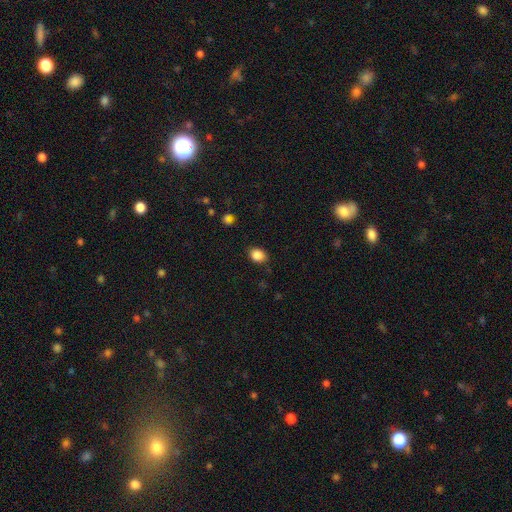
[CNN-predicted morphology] Smooth or featured: smooth — 87% (star or artifact — 10%)
How rounded: in between — 56% (round — 43%)
Merging: none — 83% (minor disturbance — 13%)